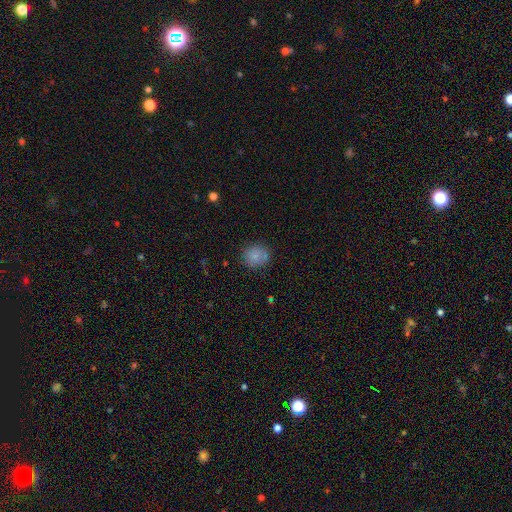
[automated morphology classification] This appears to be a smooth galaxy with no disk features (82%) that is round (78%). Merging: none (78%).